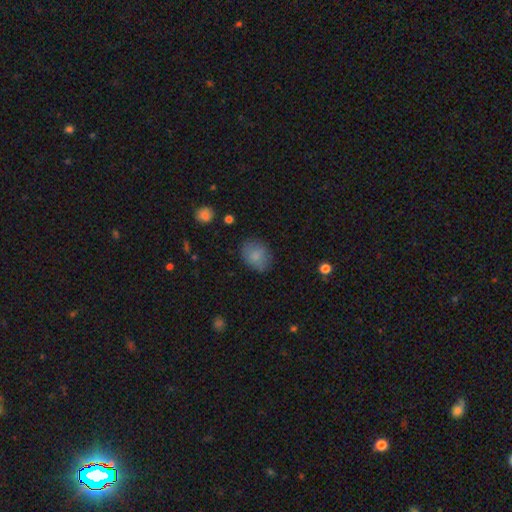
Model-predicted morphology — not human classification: smooth-or-featured: smooth: 83% | featured or disk: 9% | star or artifact: 8%
  how-rounded: in between: 62% | round: 37% | cigar-shaped: 1%
  merging: none: 76% | minor disturbance: 18% | major disturbance: 5% | merger: 2%